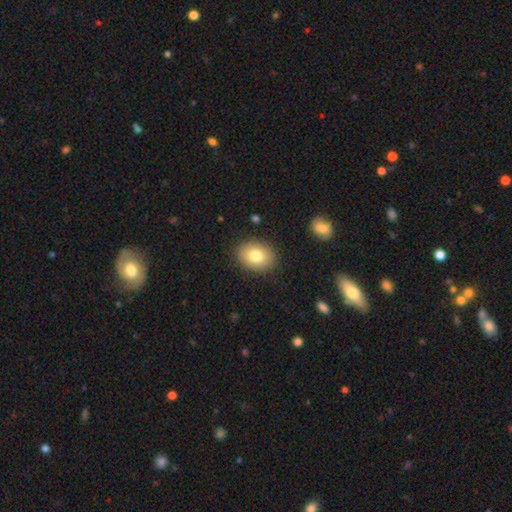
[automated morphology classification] smooth-or-featured: smooth: 79% | featured or disk: 12% | star or artifact: 8%
  how-rounded: in between: 67% | round: 32% | cigar-shaped: 1%
  merging: none: 88% | minor disturbance: 9% | major disturbance: 2% | merger: 1%